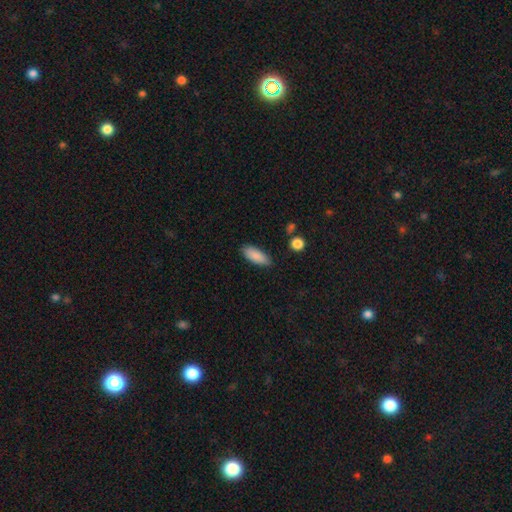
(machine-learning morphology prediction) This is clearly a smooth galaxy (88%). How rounded: likely in between (77%). Merging: clearly none (84%).